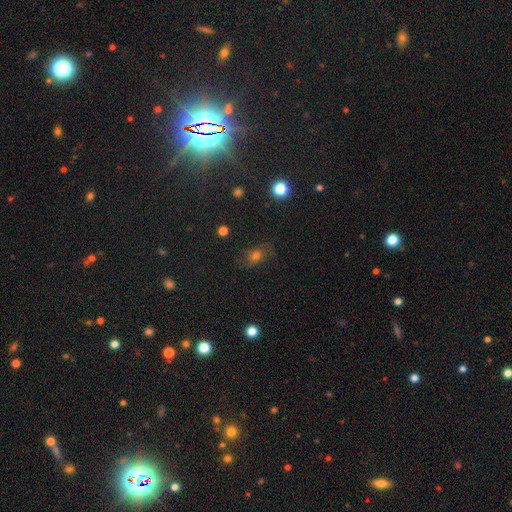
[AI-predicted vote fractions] This appears to be a smooth galaxy with no disk features (50%). Merging: none (71%).